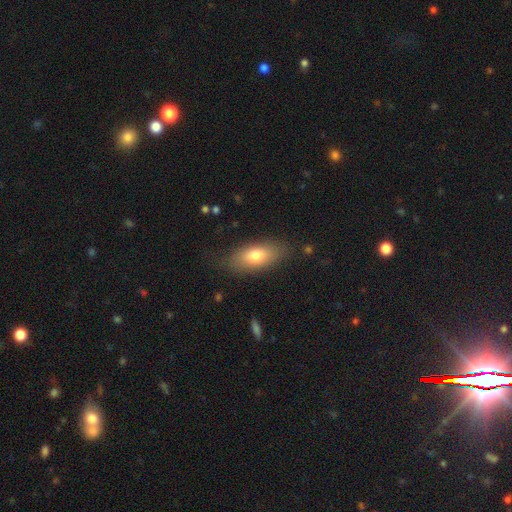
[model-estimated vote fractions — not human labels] Smooth or featured? Predicted: smooth (p=0.76). How rounded? Predicted: in between (p=0.82). Merging? Predicted: none (p=0.79).